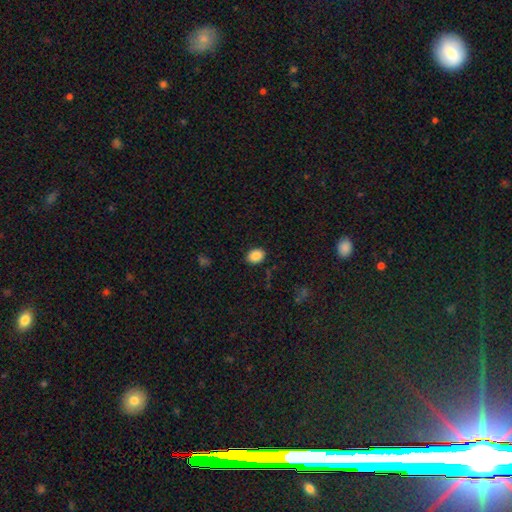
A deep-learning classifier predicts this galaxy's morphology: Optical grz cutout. It shows a smooth galaxy with no disk features (88%) that is in between round and cigar-shaped (67%). Merging: none (87%).